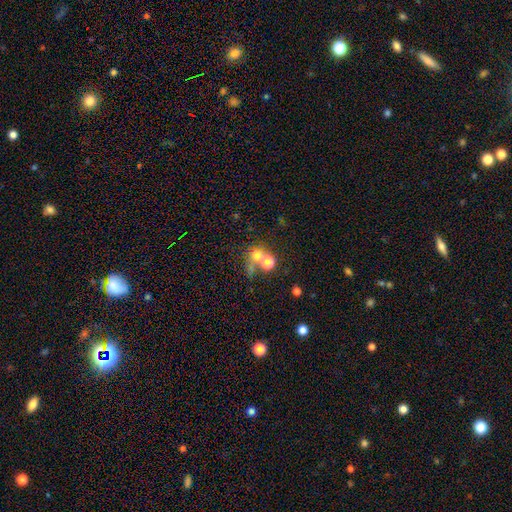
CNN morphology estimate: A smooth galaxy with no disk features (68%) that is round (83%).

Vote fractions:
- Smooth or featured? smooth: 68% / star or artifact: 17% / featured or disk: 16%
- How rounded? round: 83% / in between: 16% / cigar-shaped: 1%
- Merging? merger: 48% / none: 39% / minor disturbance: 7% / major disturbance: 6%